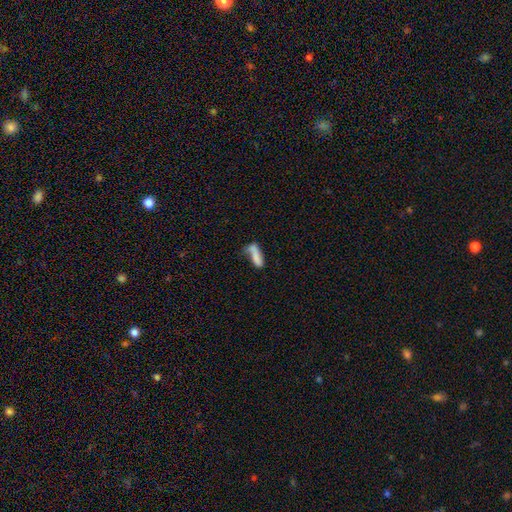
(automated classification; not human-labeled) Smooth or featured: smooth — 73% (featured or disk — 17%)
How rounded: cigar-shaped — 52% (in between — 46%)
Merging: none — 33% (merger — 28%)